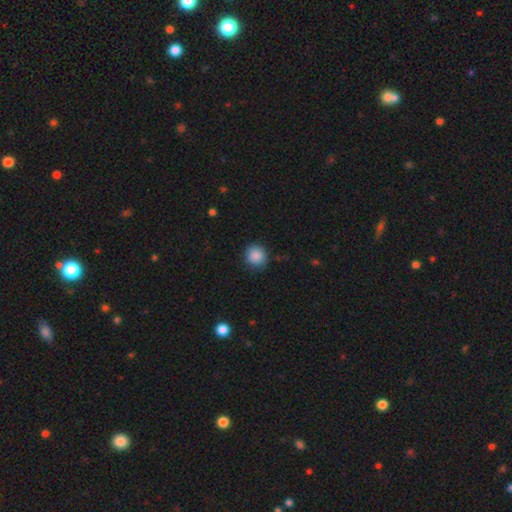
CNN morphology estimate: Q: Smooth or featured?
A: smooth (88%); runner-up: star or artifact (8%)
Q: How rounded?
A: round (92%); runner-up: in between (7%)
Q: Merging?
A: none (84%); runner-up: minor disturbance (12%)